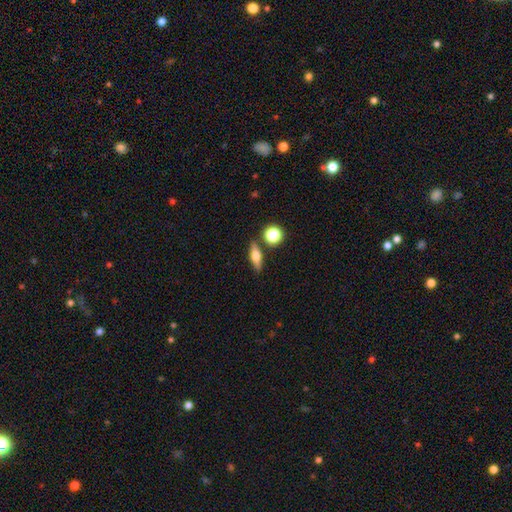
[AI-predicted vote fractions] Smooth or featured: smooth — 51% (featured or disk — 39%)
How rounded: in between — 45% (cigar-shaped — 40%)
Merging: none — 79% (minor disturbance — 10%)